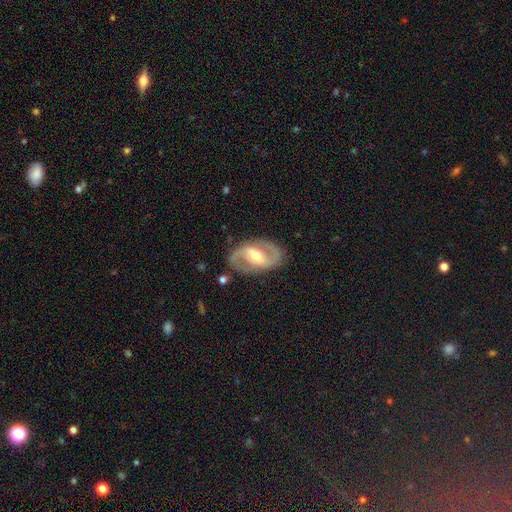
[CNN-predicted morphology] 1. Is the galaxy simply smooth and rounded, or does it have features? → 86% featured or disk, 9% smooth, 4% star or artifact.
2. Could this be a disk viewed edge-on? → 97% no, 3% yes.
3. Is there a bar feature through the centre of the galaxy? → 42% strong, 41% weak, 18% no.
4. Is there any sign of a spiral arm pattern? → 91% yes, 9% no.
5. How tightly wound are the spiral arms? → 57% medium, 22% tight, 21% loose.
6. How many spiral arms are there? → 92% 2, 3% can't tell, 2% 1, 1% 3, 1% 4, 1% more than 4.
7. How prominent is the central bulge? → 67% moderate, 22% small, 8% large, 1% none, 1% dominant.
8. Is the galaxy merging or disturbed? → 84% none, 10% minor disturbance, 4% major disturbance, 1% merger.